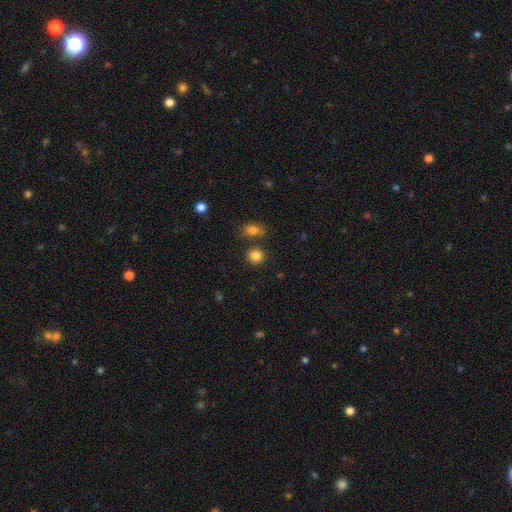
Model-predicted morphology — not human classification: The model was most divided on "merging": none: 79%, merger: 9%, minor disturbance: 8%, major disturbance: 3%. More confident: how rounded — round (85%); smooth or featured — smooth (85%).